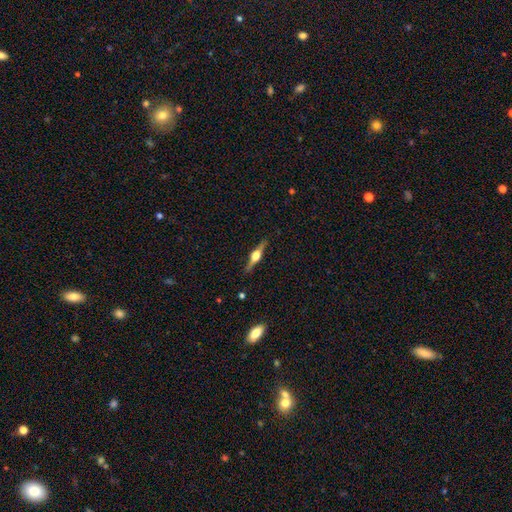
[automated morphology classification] type=featured or disk (77%); edge-on=yes (98%); edge-on bulge=rounded (94%); merging=none (88%).